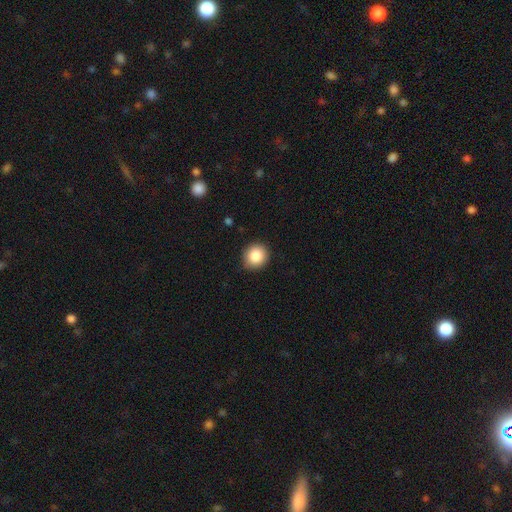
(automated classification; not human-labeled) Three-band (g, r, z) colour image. It shows a smooth galaxy with no disk features (85%) that is round (91%). Merging: none (89%).